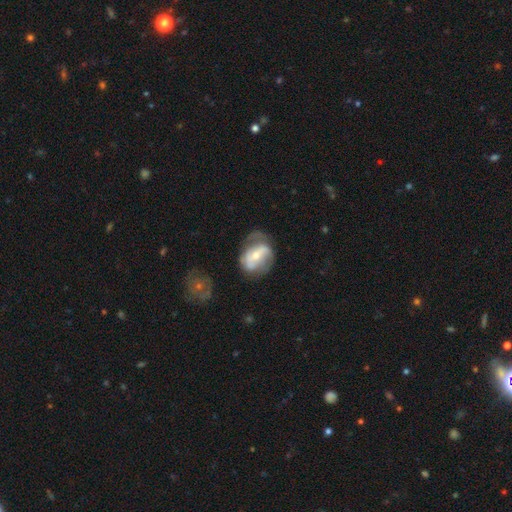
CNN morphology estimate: Smooth or featured: featured or disk — 66% (smooth — 27%)
Edge-on disk: no — 95% (yes — 5%)
Bar: weak — 35% (no — 33%)
Spiral arms: yes — 70% (no — 30%)
Bulge size: moderate — 48% (small — 46%)
Merging: none — 47% (minor disturbance — 28%)